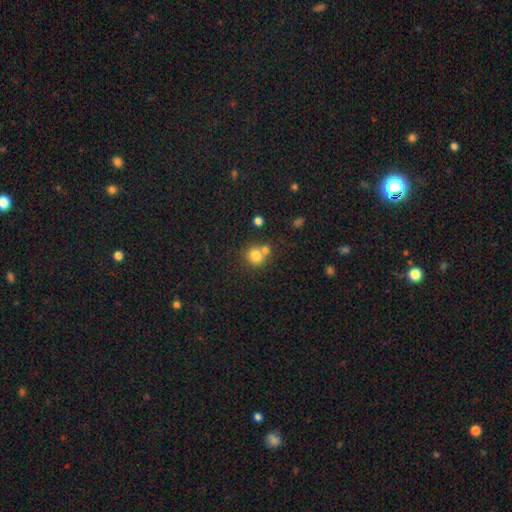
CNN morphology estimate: Smooth or featured? Predicted: smooth (p=0.79). How rounded? Predicted: round (p=0.86). Merging? Predicted: none (p=0.54).